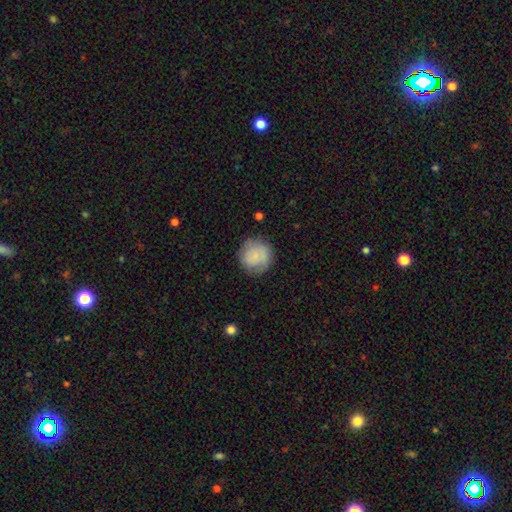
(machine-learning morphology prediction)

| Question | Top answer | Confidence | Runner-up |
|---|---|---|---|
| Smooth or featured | smooth | 70% | featured or disk (23%) |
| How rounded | round | 91% | in between (8%) |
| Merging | none | 78% | minor disturbance (15%) |